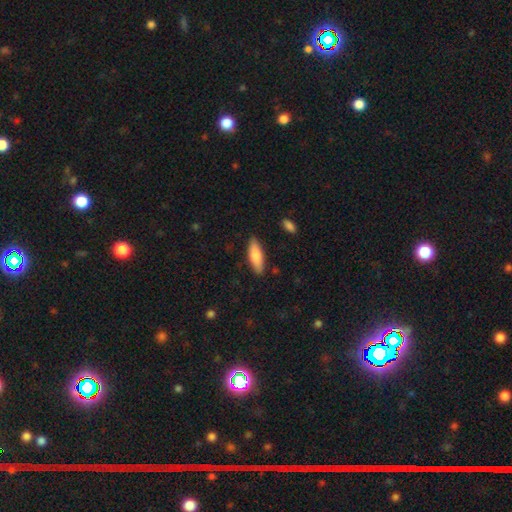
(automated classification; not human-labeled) Smooth or featured: smooth — 77% (featured or disk — 18%)
How rounded: in between — 55% (cigar-shaped — 43%)
Merging: none — 86% (minor disturbance — 10%)